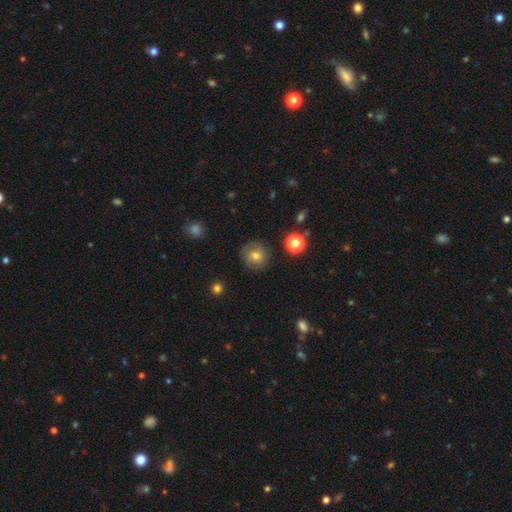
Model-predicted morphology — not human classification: smooth 58%, featured or disk 30%, star or artifact 12%. Down the decision tree: how rounded — round (89%); merging — none (81%).